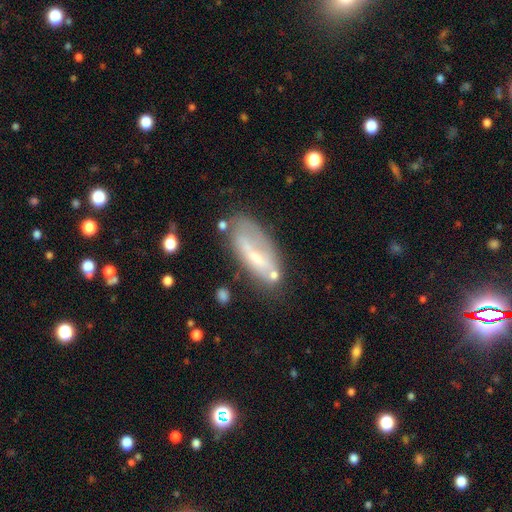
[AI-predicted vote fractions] This is possibly a smooth galaxy (47%). Merging: possibly none (53%).